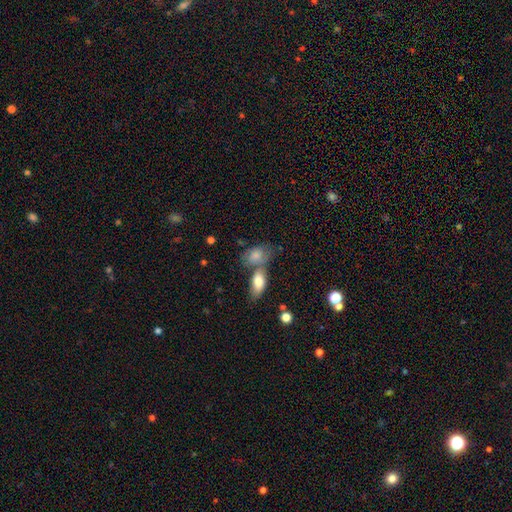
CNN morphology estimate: Overall: smooth (78%). How rounded: in between (85%). Merging: merger (47%; none 34%).